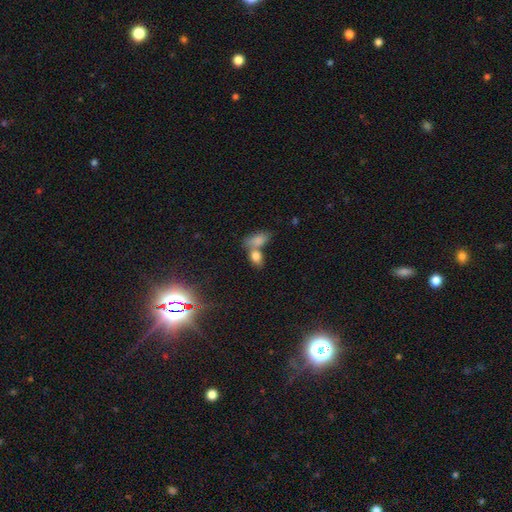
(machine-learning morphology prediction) The model was most divided on "merging": merger: 50%, none: 35%, minor disturbance: 10%, major disturbance: 5%. More confident: how rounded — in between (85%); smooth or featured — smooth (79%).